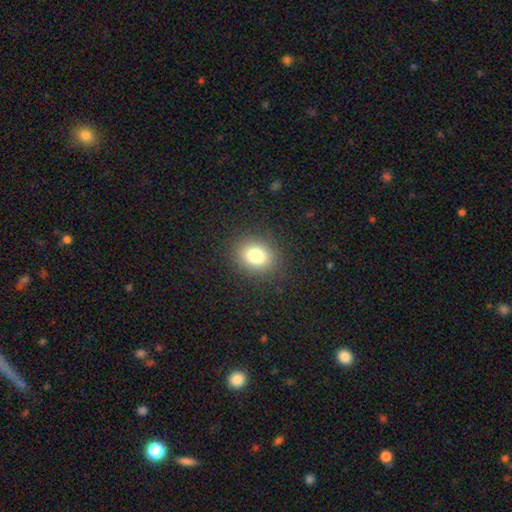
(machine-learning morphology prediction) smooth 79%, star or artifact 13%, featured or disk 9%. Down the decision tree: how rounded — round (56%); merging — none (87%).